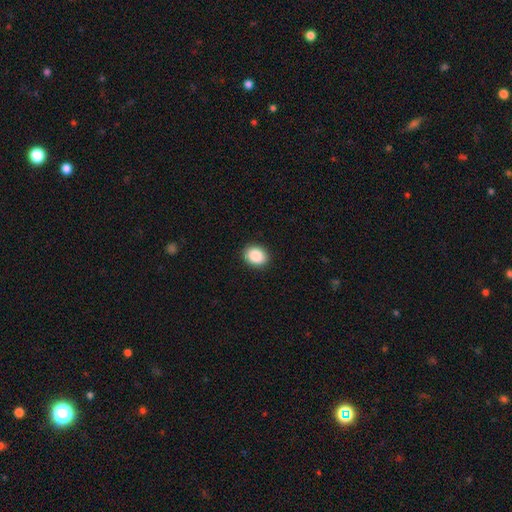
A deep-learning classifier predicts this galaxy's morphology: Q: Smooth or featured?
A: smooth (89%); runner-up: star or artifact (8%)
Q: How rounded?
A: in between (59%); runner-up: round (40%)
Q: Merging?
A: none (90%); runner-up: minor disturbance (7%)